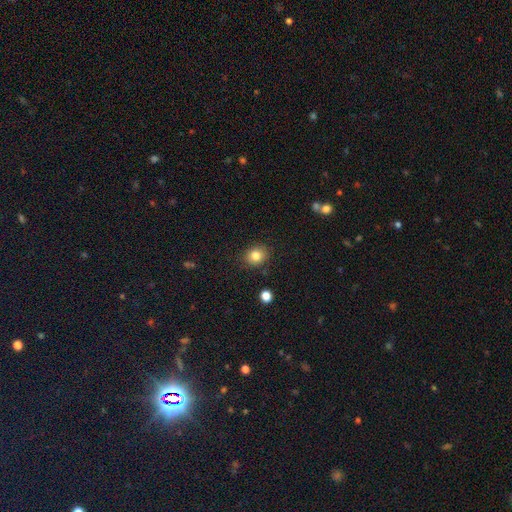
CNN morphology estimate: This is clearly a smooth galaxy (83%). How rounded: likely round (69%). Merging: clearly none (85%).